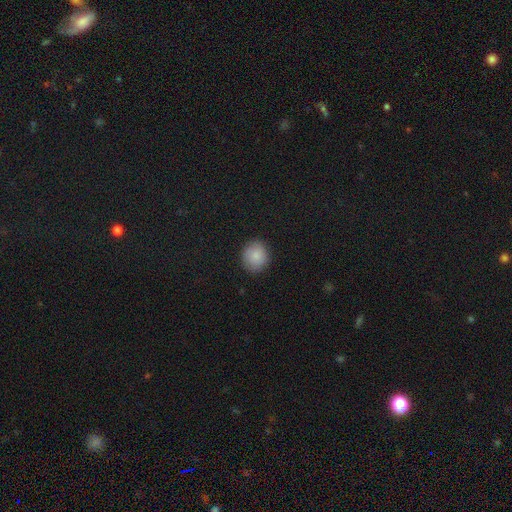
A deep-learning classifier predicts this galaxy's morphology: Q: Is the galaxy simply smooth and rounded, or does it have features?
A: smooth — 86%.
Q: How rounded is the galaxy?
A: round — 85%.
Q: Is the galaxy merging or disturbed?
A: none — 87%.